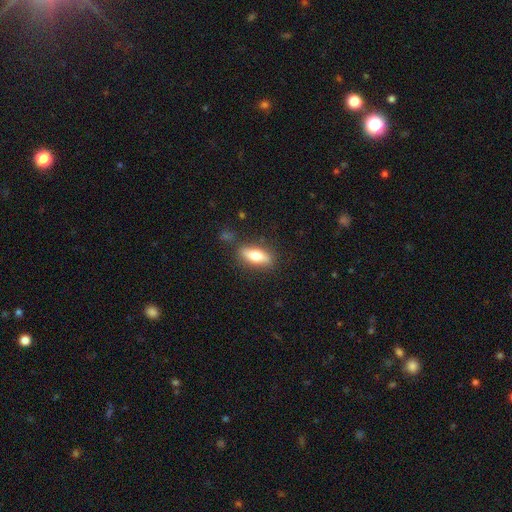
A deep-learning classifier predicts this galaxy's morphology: type=smooth (67%); roundness=in between (66%); merging=none (80%).